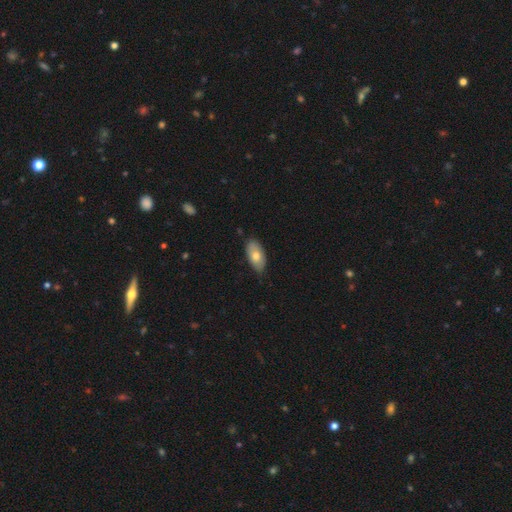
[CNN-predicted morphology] smooth_or_featured: smooth (p=0.72) [alt: featured or disk p=0.22]
how_rounded: in between (p=0.92) [alt: cigar-shaped p=0.05]
merging: none (p=0.78) [alt: minor disturbance p=0.18]